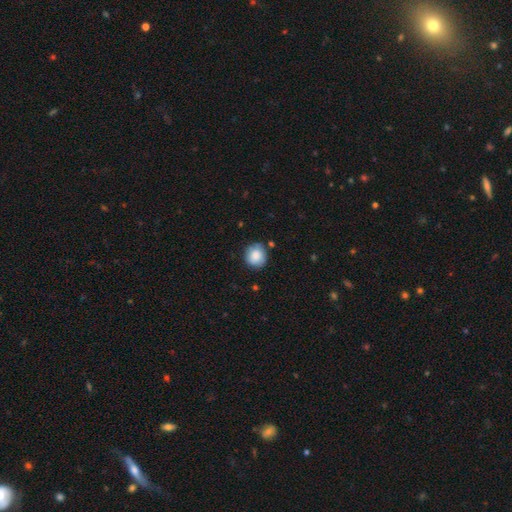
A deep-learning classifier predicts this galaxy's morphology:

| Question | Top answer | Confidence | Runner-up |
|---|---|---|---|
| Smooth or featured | smooth | 85% | star or artifact (8%) |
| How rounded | round | 89% | in between (10%) |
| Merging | none | 81% | minor disturbance (14%) |